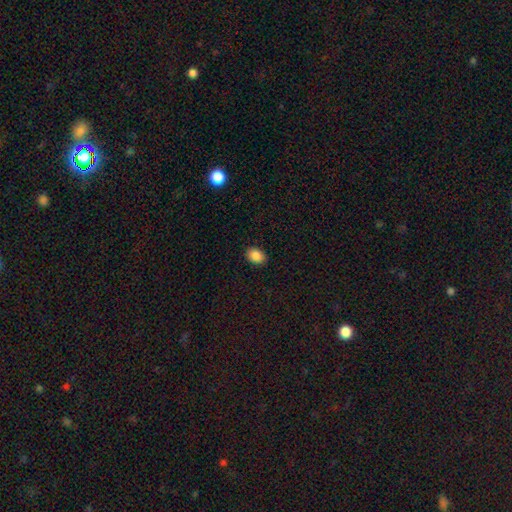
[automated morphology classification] Overall: smooth (88%). How rounded: in between (75%). Merging: none (88%).